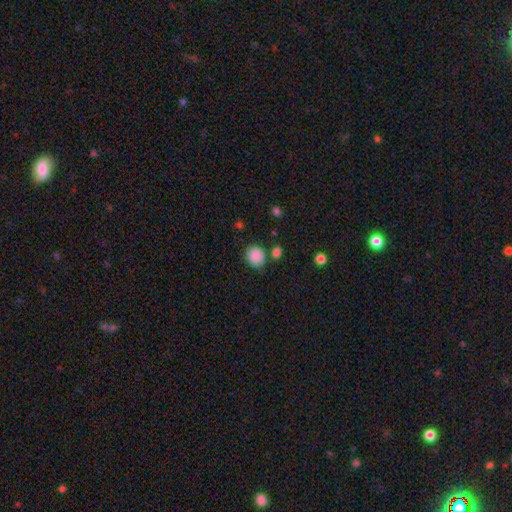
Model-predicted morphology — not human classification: Smooth or featured? smooth (87%)
How rounded? round (81%)
Merging? none (77%)